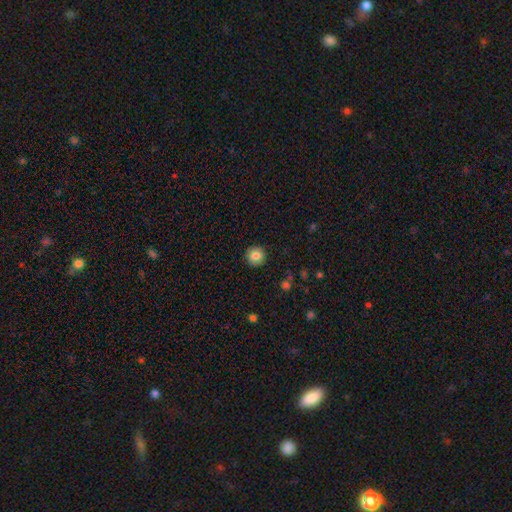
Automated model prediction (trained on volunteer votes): Smooth or featured? smooth (84%)
How rounded? round (95%)
Merging? none (92%)